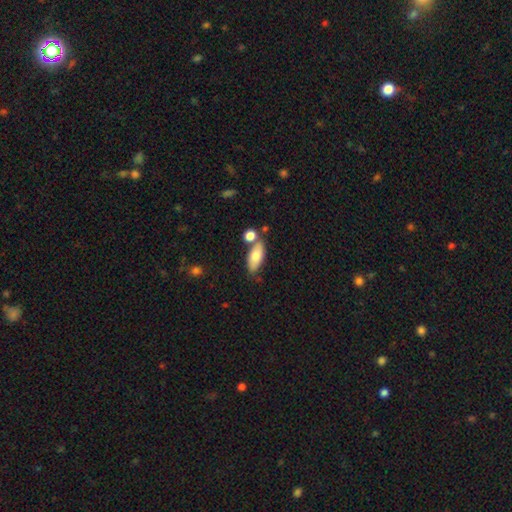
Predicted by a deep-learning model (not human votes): Smooth or featured? smooth (75%)
How rounded? in between (83%)
Merging? none (62%)